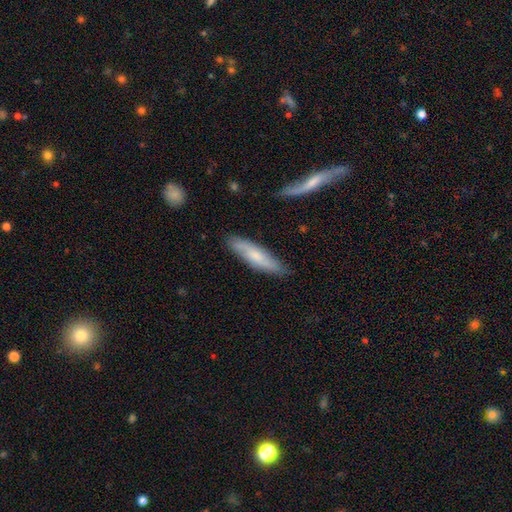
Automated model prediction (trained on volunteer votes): smooth 60%, featured or disk 34%, star or artifact 6%. Down the decision tree: how rounded — cigar-shaped (67%); merging — none (80%).